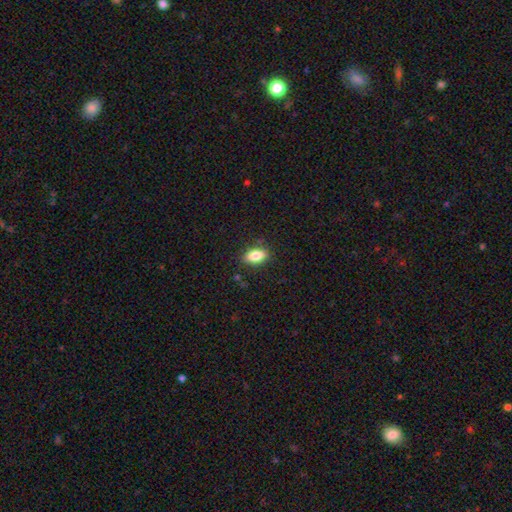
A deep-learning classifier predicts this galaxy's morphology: This is clearly a smooth galaxy (82%). How rounded: clearly in between (87%). Merging: clearly none (84%).